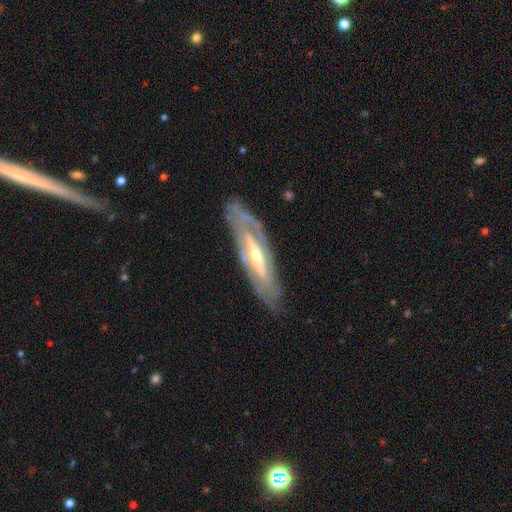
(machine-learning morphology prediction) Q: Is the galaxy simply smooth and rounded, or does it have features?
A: featured or disk — 81%.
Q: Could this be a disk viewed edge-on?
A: no — 67%.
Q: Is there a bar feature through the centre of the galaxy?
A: no — 37%.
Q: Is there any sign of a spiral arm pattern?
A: yes — 79%.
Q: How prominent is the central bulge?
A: moderate — 52%.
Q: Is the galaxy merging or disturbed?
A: none — 79%.